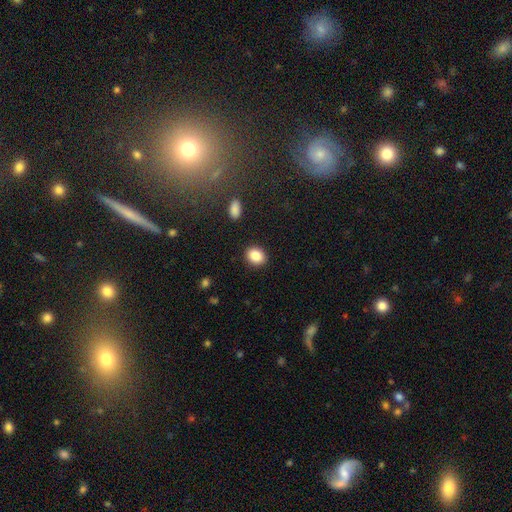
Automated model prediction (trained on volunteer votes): The model was most divided on "how rounded": round: 55%, in between: 44%, cigar-shaped: 1%. More confident: merging — none (89%); smooth or featured — smooth (86%).